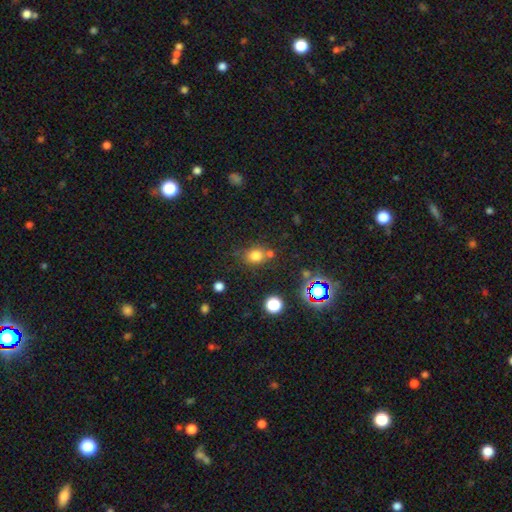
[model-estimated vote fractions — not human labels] Smooth or featured?
  - smooth: 74% *
  - star or artifact: 18%
  - featured or disk: 8%
How rounded?
  - round: 65% *
  - in between: 34%
  - cigar-shaped: 1%
Merging?
  - none: 66% *
  - minor disturbance: 15%
  - merger: 14%
  - major disturbance: 5%